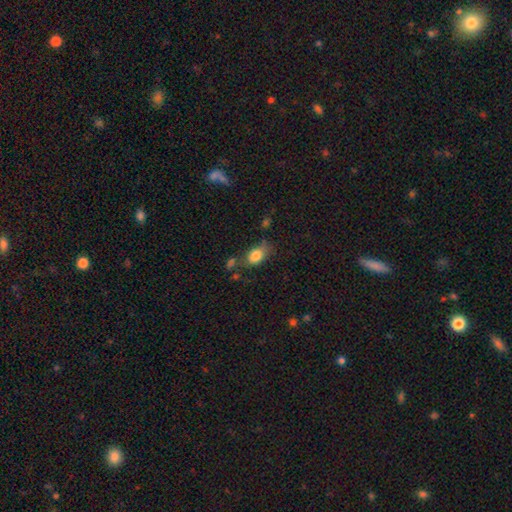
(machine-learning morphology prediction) Overall: smooth (83%). How rounded: in between (80%). Merging: none (55%; minor disturbance 28%).